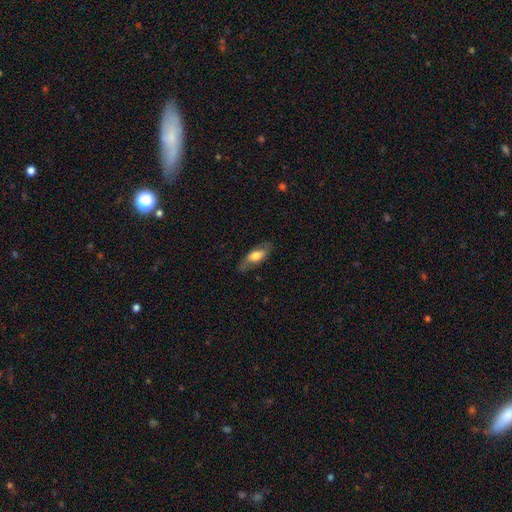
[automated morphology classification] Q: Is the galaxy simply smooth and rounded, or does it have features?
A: smooth — 56%.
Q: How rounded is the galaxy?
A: in between — 71%.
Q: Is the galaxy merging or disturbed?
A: none — 76%.